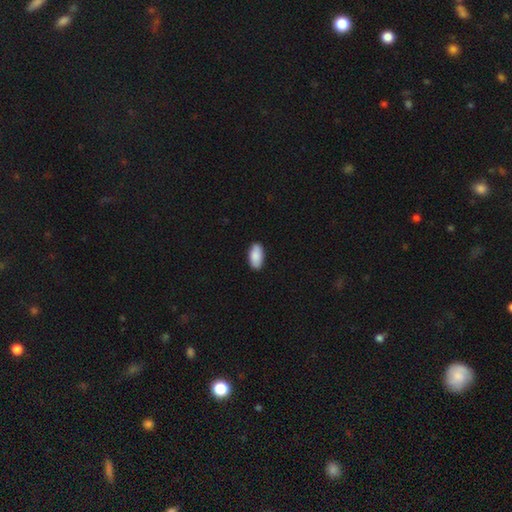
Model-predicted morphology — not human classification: Overall: smooth (89%). How rounded: in between (94%). Merging: none (89%).